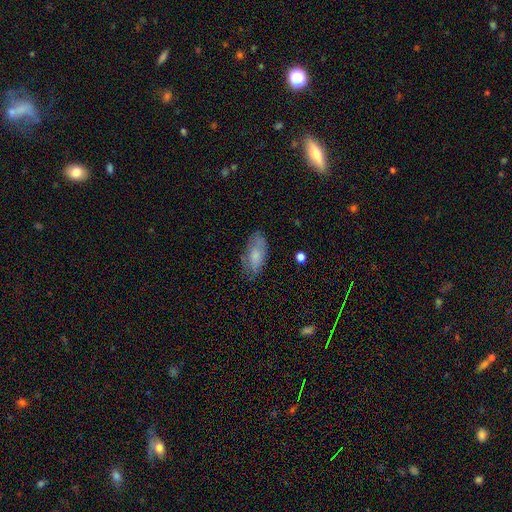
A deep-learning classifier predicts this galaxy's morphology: smooth-or-featured: smooth: 72% | featured or disk: 21% | star or artifact: 7%
  how-rounded: in between: 87% | cigar-shaped: 10% | round: 3%
  merging: none: 71% | minor disturbance: 22% | major disturbance: 6% | merger: 2%